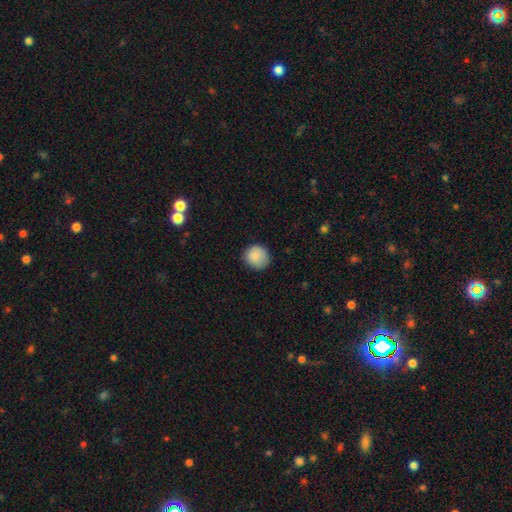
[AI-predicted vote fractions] smooth 87%, star or artifact 8%, featured or disk 5%. Down the decision tree: how rounded — round (90%); merging — none (84%).